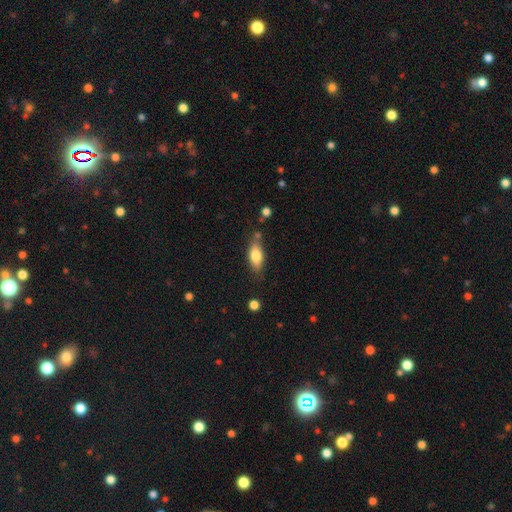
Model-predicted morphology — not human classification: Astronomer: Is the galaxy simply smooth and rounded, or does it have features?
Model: smooth — 76%.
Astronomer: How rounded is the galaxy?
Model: in between — 79%.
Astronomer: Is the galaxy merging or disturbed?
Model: none — 73%.